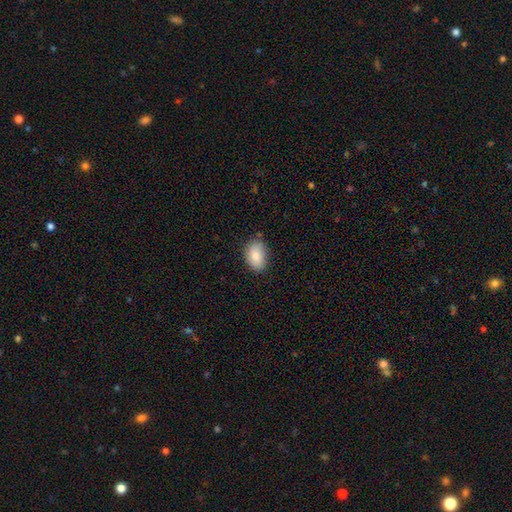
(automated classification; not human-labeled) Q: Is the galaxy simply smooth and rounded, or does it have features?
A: smooth — 84%.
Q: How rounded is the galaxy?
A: in between — 85%.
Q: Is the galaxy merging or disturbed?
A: none — 80%.